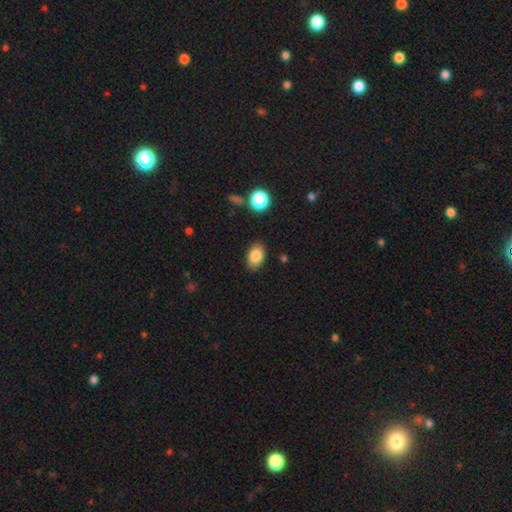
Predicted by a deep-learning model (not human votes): Overall: smooth (85%). How rounded: in between (86%). Merging: none (85%).